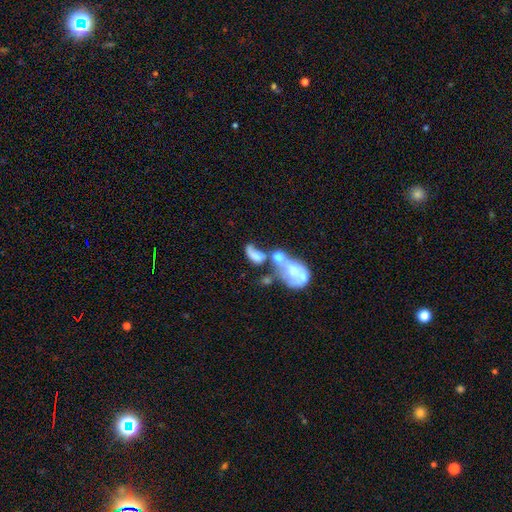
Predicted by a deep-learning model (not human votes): Q: Smooth or featured?
A: smooth (45%); runner-up: featured or disk (43%)
Q: Merging?
A: merger (69%); runner-up: major disturbance (16%)